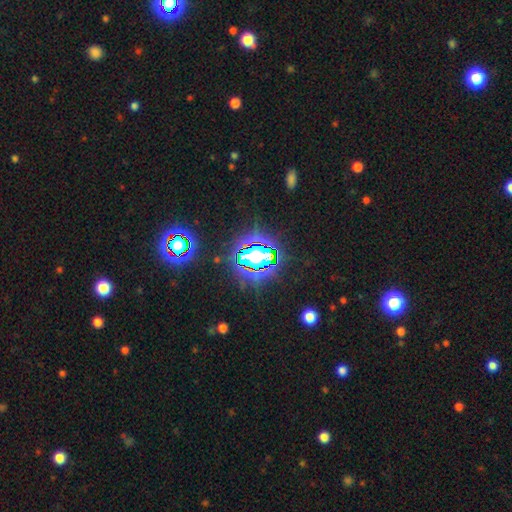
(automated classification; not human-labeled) smooth-or-featured: star or artifact: 76% | smooth: 15% | featured or disk: 9%